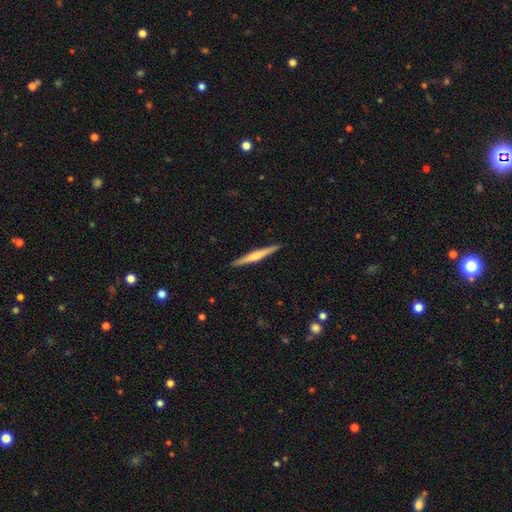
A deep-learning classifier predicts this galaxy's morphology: The model was most divided on "smooth or featured": featured or disk: 52%, smooth: 43%, star or artifact: 5%. More confident: edge-on disk — yes (98%); merging — none (91%); edge-on bulge — rounded (63%).